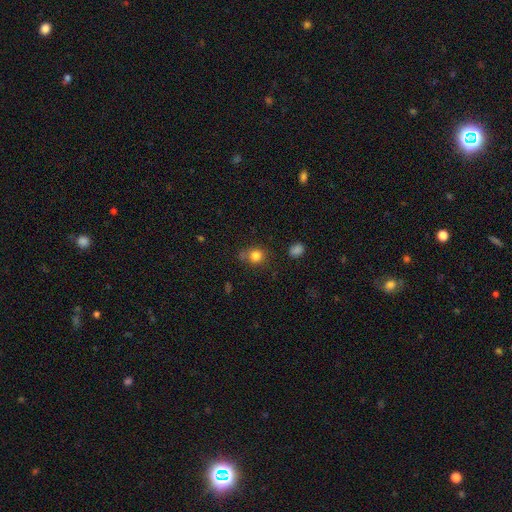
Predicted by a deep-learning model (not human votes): A smooth galaxy with no disk features (82%) that is round (81%).

Vote fractions:
- Smooth or featured? smooth: 82% / star or artifact: 12% / featured or disk: 6%
- How rounded? round: 81% / in between: 18% / cigar-shaped: 1%
- Merging? none: 67% / minor disturbance: 19% / merger: 7% / major disturbance: 6%